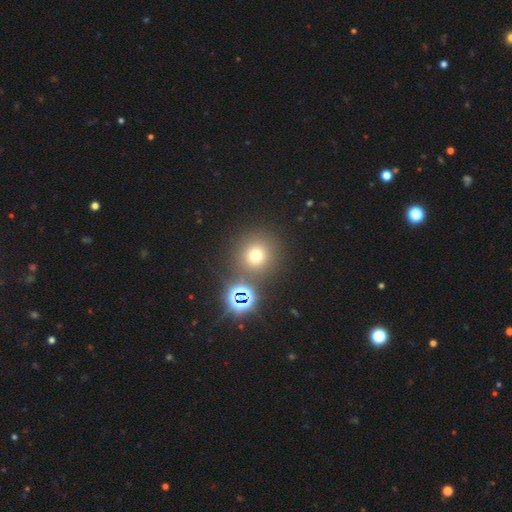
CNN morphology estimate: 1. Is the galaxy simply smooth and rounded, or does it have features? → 65% smooth, 26% star or artifact, 8% featured or disk.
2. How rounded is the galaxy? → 93% round, 6% in between, 1% cigar-shaped.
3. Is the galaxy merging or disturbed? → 81% none, 9% merger, 7% minor disturbance, 3% major disturbance.